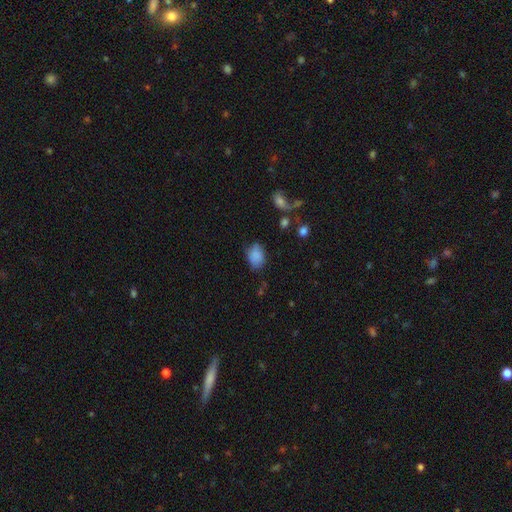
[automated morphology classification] type=smooth (83%); roundness=in between (74%); merging=none (65%).